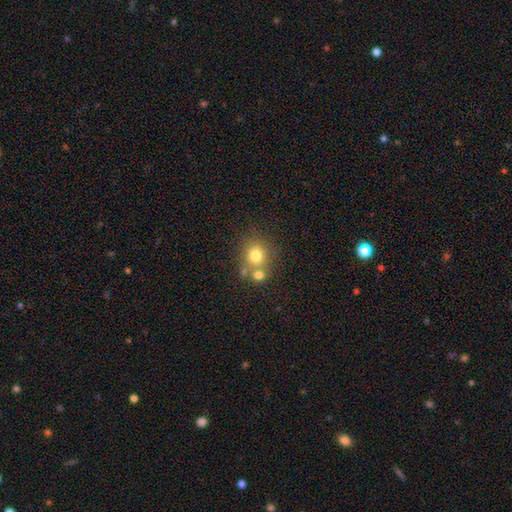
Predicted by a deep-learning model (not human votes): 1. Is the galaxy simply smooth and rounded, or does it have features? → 75% smooth, 13% star or artifact, 12% featured or disk.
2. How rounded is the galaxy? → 84% round, 15% in between, 1% cigar-shaped.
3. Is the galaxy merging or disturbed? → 57% none, 29% merger, 10% minor disturbance, 4% major disturbance.